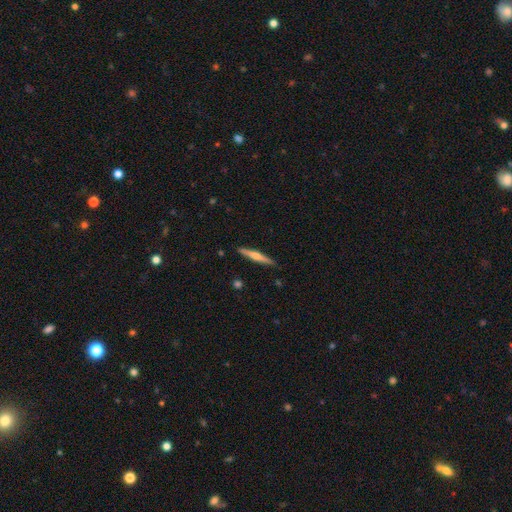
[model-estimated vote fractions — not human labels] A featured or disk galaxy (55%) viewed edge-on (97%) with a rounded central bulge (75%). Merging: none (90%).